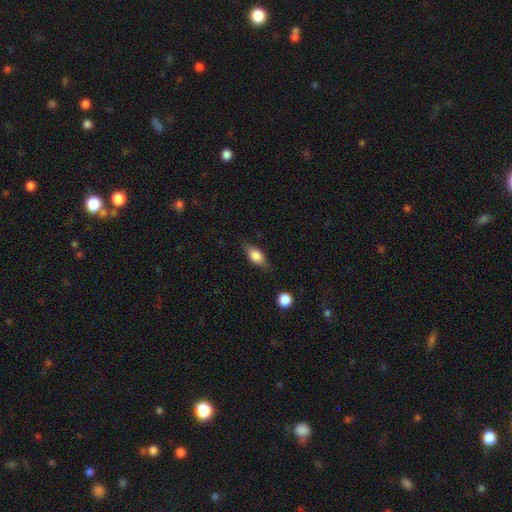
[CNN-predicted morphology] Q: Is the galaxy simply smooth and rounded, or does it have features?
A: smooth — 67%.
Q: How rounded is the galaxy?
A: in between — 77%.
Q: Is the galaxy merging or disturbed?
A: none — 75%.